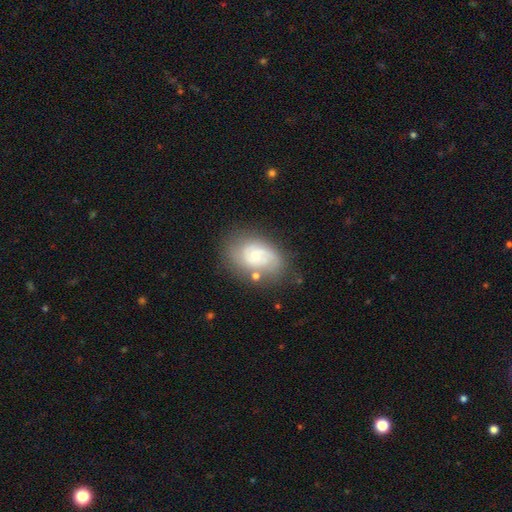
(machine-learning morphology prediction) Smooth or featured?
  - featured or disk: 66% *
  - smooth: 26%
  - star or artifact: 8%
Edge-on disk?
  - no: 96% *
  - yes: 4%
Bar?
  - no: 69% *
  - weak: 27%
  - strong: 4%
Spiral arms?
  - yes: 85% *
  - no: 15%
Spiral winding?
  - tight: 46% *
  - medium: 39%
  - loose: 15%
Spiral arm count?
  - 2: 52% *
  - can't tell: 28%
  - 1: 9%
  - 3: 7%
  - 4: 2%
  - more than 4: 2%
Bulge size?
  - small: 57% *
  - moderate: 37%
  - large: 3%
  - none: 2%
  - dominant: 1%
Merging?
  - none: 66% *
  - minor disturbance: 20%
  - major disturbance: 9%
  - merger: 5%